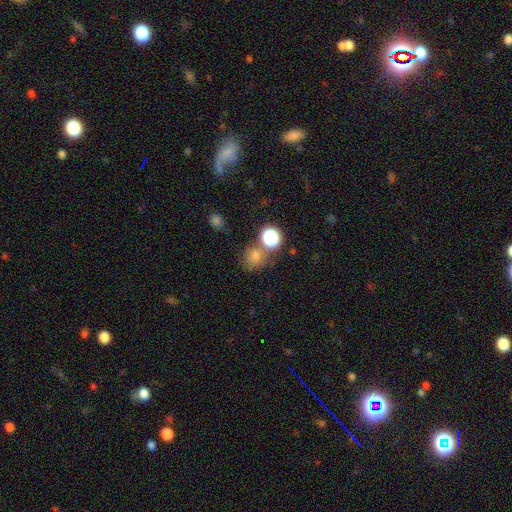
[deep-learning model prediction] A smooth galaxy with no disk features (56%) that is round (84%). Merging: none (64%).